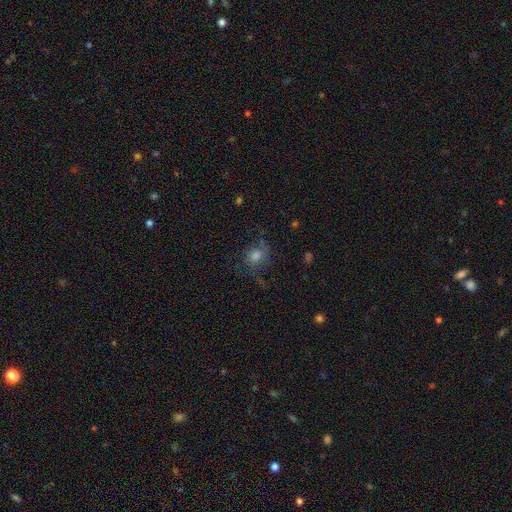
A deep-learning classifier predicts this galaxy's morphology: Smooth or featured?
  - smooth: 51% *
  - featured or disk: 30%
  - star or artifact: 20%
How rounded?
  - round: 71% *
  - in between: 27%
  - cigar-shaped: 1%
Merging?
  - none: 60% *
  - minor disturbance: 20%
  - major disturbance: 18%
  - merger: 2%